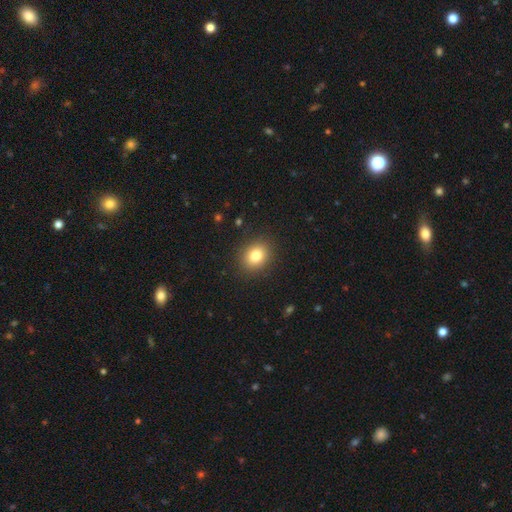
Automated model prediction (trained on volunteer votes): This is clearly a smooth galaxy (80%). How rounded: likely round (62%). Merging: clearly none (89%).